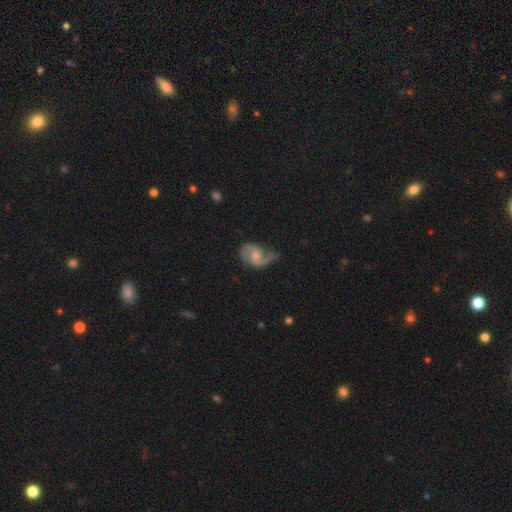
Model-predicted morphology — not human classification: The model was most divided on "spiral winding" (2-way tie): loose: 44%, medium: 44%, tight: 13%. Remaining: edge-on disk — no (98%); spiral arms — yes (95%); spiral arm count — 2 (84%); smooth or featured — featured or disk (82%); bar — no (61%); merging — none (56%); bulge size — small (46%).